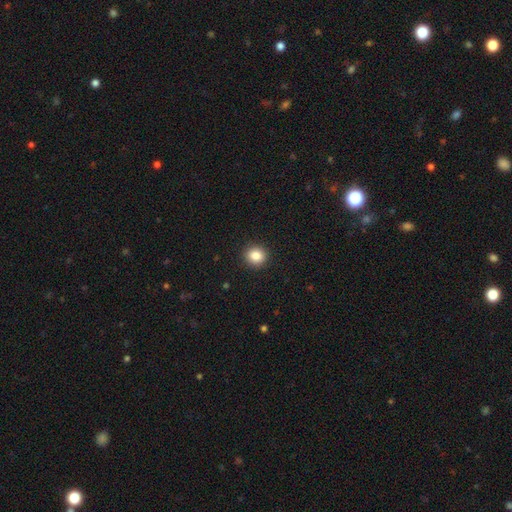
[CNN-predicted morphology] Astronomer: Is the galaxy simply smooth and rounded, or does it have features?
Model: smooth — 85%.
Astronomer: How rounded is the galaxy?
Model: round — 88%.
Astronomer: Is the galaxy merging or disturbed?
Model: none — 92%.